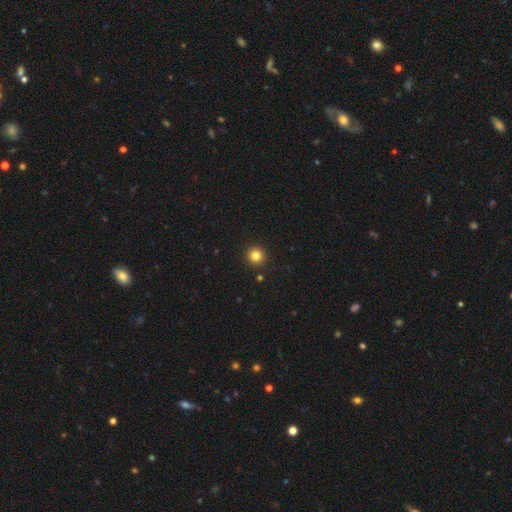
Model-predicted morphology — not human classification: smooth-or-featured: smooth: 83% | star or artifact: 12% | featured or disk: 5%
  how-rounded: round: 95% | in between: 4% | cigar-shaped: 1%
  merging: none: 92% | minor disturbance: 5% | major disturbance: 2% | merger: 1%